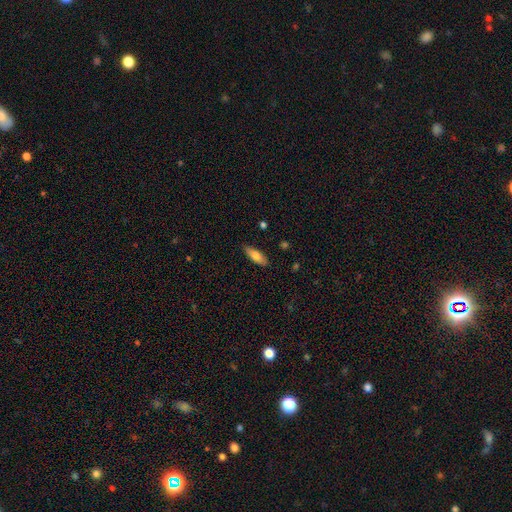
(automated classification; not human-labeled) Smooth or featured: smooth — 77% (featured or disk — 17%)
How rounded: in between — 68% (cigar-shaped — 30%)
Merging: none — 83% (minor disturbance — 14%)